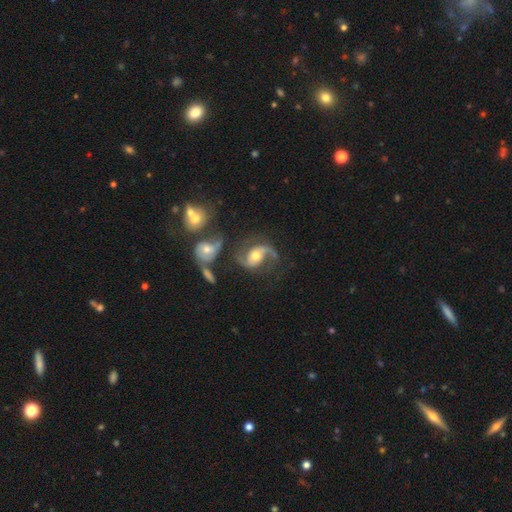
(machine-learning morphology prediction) This is clearly a featured or disk galaxy (88%). It is clearly not viewed edge-on (98%). Bar: marginally no (42%). Spiral arm pattern: clearly yes (96%). Spiral arm count: clearly 2 (89%). Spiral winding: possibly medium (46%). Central bulge: likely moderate (72%). Merging: possibly none (57%).